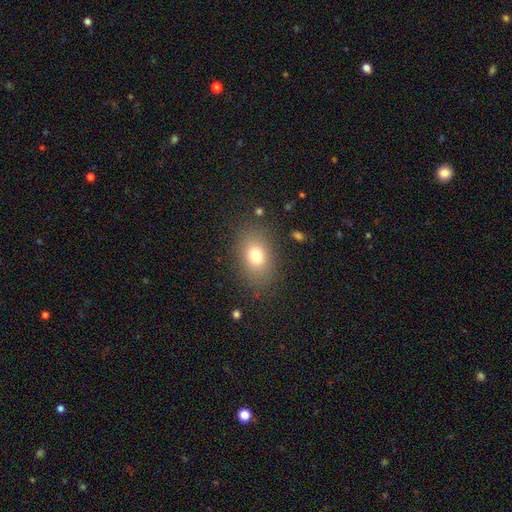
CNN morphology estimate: smooth_or_featured: smooth (p=0.76) [alt: featured or disk p=0.12]
how_rounded: in between (p=0.76) [alt: round p=0.23]
merging: none (p=0.83) [alt: minor disturbance p=0.11]